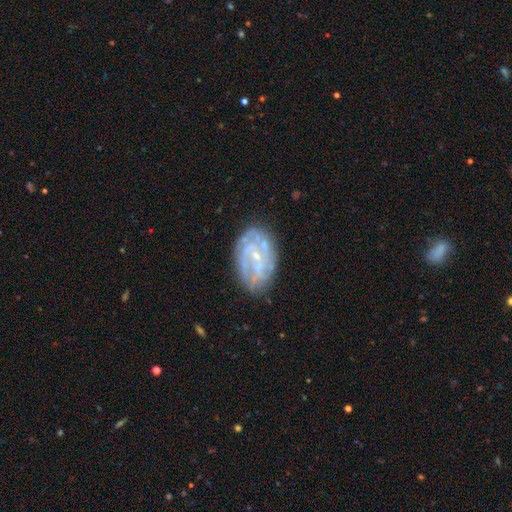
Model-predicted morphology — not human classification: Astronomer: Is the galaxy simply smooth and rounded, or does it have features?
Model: featured or disk — 79%.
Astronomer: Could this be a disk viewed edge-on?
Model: no — 96%.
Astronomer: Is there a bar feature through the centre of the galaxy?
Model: no — 49% (runner-up: weak, 37%).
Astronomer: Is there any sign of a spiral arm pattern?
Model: yes — 87%.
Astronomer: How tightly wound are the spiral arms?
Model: tight — 58%.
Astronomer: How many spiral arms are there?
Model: can't tell — 35% (runner-up: 2, 27%).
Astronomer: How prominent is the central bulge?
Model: small — 73%.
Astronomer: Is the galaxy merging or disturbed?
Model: none — 75%.